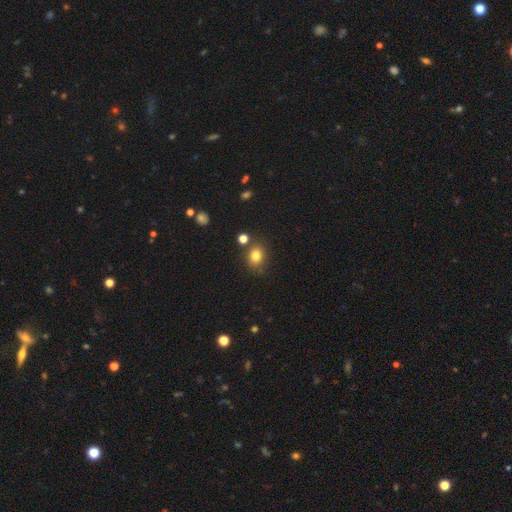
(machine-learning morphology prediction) smooth-or-featured: smooth: 81% | star or artifact: 12% | featured or disk: 7%
  how-rounded: round: 56% | in between: 43% | cigar-shaped: 1%
  merging: none: 76% | minor disturbance: 12% | merger: 8% | major disturbance: 4%